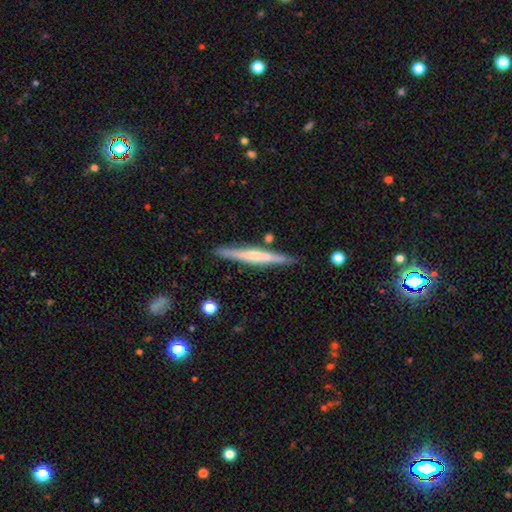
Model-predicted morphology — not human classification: Q: Smooth or featured?
A: featured or disk (59%); runner-up: smooth (35%)
Q: Edge-on disk?
A: yes (96%); runner-up: no (4%)
Q: Edge-on bulge?
A: none (43%); runner-up: rounded (42%)
Q: Merging?
A: none (86%); runner-up: minor disturbance (9%)